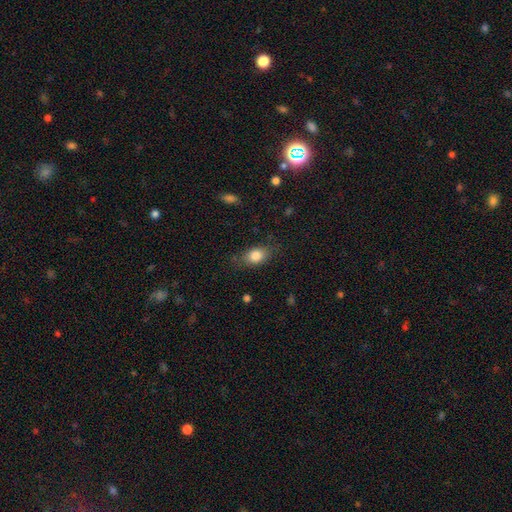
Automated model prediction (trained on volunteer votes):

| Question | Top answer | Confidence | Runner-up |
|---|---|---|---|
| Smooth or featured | smooth | 82% | featured or disk (10%) |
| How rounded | in between | 79% | round (18%) |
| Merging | none | 76% | minor disturbance (18%) |